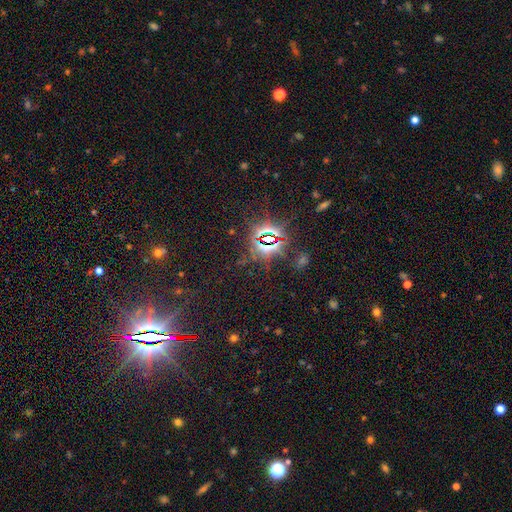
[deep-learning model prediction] Smooth or featured? Predicted: star or artifact (p=0.84).